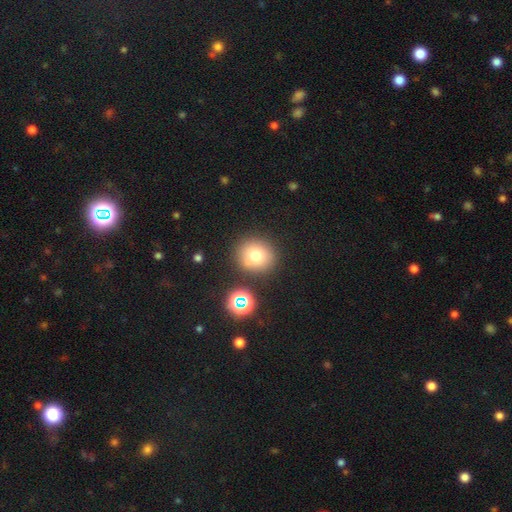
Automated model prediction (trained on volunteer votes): smooth-or-featured: smooth: 73% | star or artifact: 16% | featured or disk: 11%
  how-rounded: round: 87% | in between: 12% | cigar-shaped: 1%
  merging: none: 84% | minor disturbance: 9% | merger: 5% | major disturbance: 3%